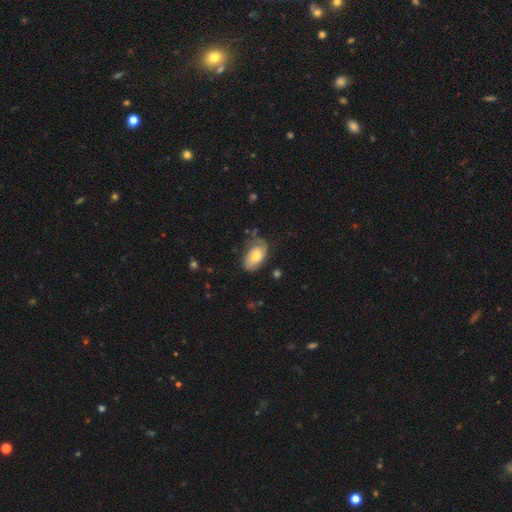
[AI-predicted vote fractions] This appears to be a smooth galaxy with no disk features (50%). Merging: none (59%).